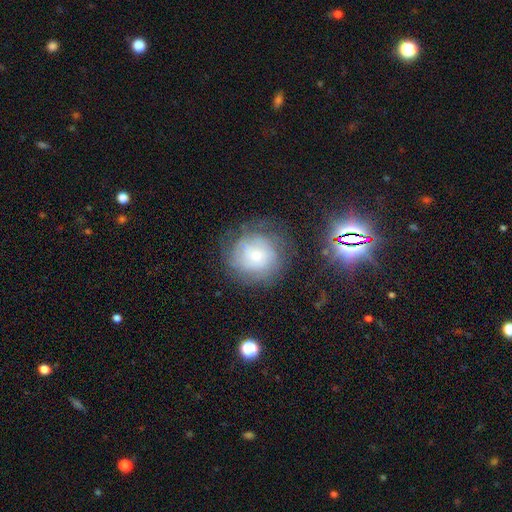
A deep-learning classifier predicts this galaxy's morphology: Q: Smooth or featured?
A: smooth (47%); runner-up: featured or disk (42%)
Q: Merging?
A: none (63%); runner-up: minor disturbance (20%)